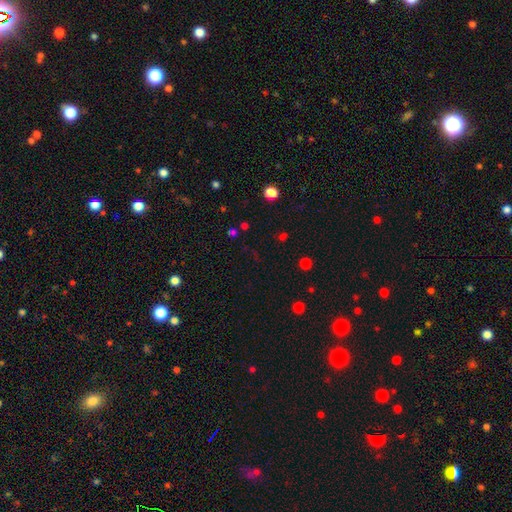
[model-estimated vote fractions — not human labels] Morphology: type=star or artifact (59%).